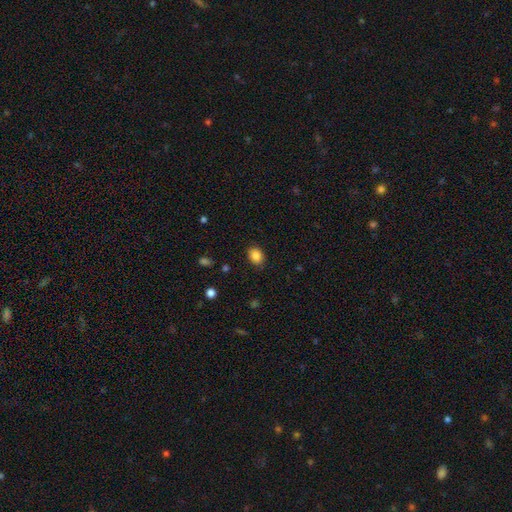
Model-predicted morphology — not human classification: Smooth or featured: smooth — 85% (star or artifact — 9%)
How rounded: in between — 59% (round — 40%)
Merging: none — 87% (minor disturbance — 10%)